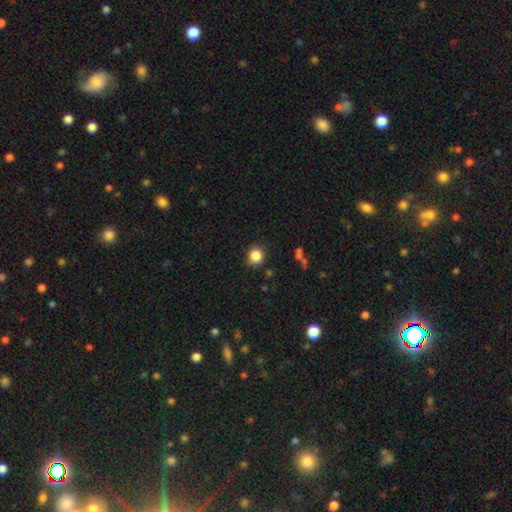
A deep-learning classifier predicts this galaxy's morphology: A smooth galaxy with no disk features (86%) that is round (84%). Merging: none (86%).